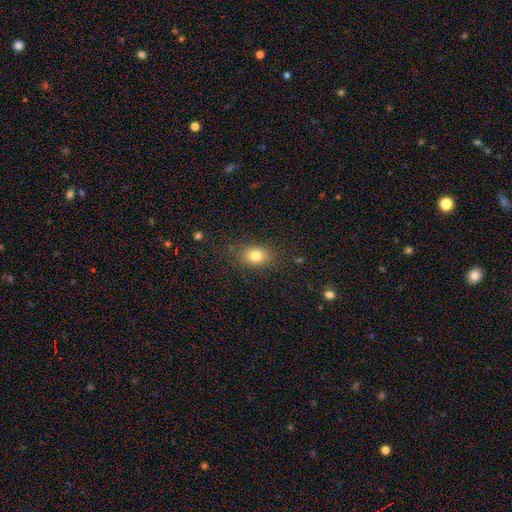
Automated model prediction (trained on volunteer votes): This is likely a smooth galaxy (80%). How rounded: likely in between (73%). Merging: clearly none (80%).